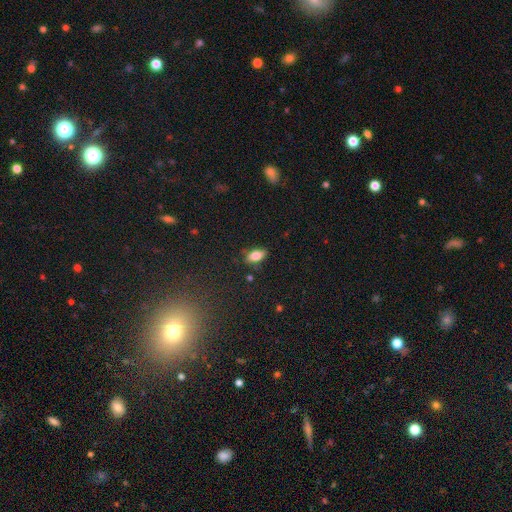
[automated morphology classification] Q: Smooth or featured?
A: smooth (81%); runner-up: featured or disk (11%)
Q: How rounded?
A: in between (90%); runner-up: cigar-shaped (6%)
Q: Merging?
A: none (83%); runner-up: minor disturbance (13%)